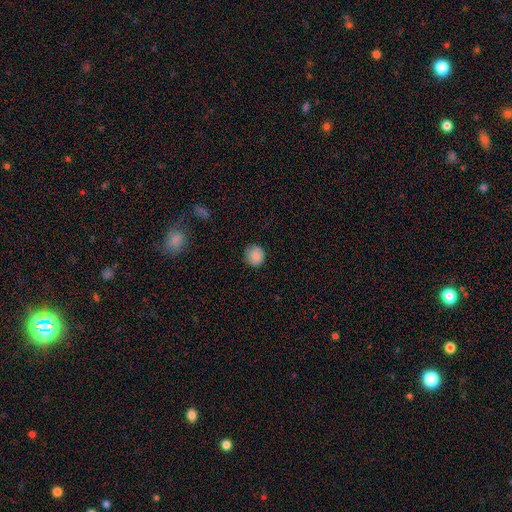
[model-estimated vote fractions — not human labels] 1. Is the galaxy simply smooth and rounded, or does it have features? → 84% smooth, 8% star or artifact, 8% featured or disk.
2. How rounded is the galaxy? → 89% round, 10% in between, 1% cigar-shaped.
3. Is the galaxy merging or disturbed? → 83% none, 13% minor disturbance, 3% major disturbance, 1% merger.